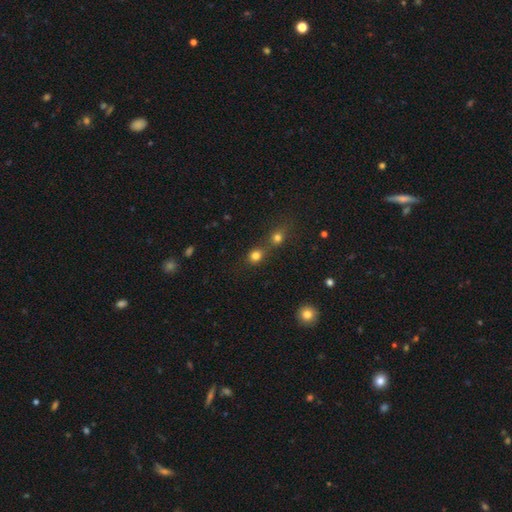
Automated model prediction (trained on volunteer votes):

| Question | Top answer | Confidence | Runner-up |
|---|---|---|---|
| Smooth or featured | smooth | 79% | star or artifact (14%) |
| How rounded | round | 80% | in between (19%) |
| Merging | none | 52% | merger (36%) |